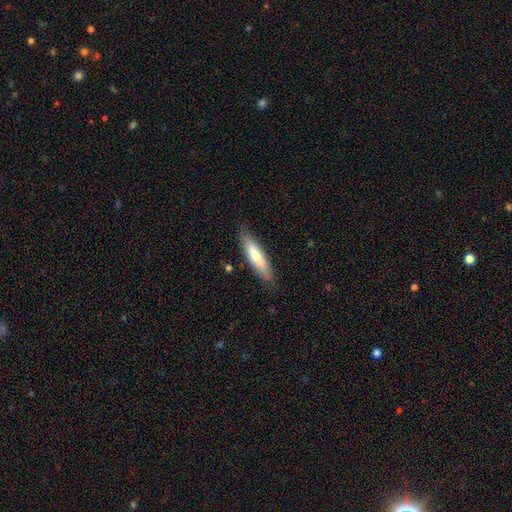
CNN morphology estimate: This is likely a smooth galaxy (72%). How rounded: likely cigar-shaped (73%). Merging: clearly none (83%).